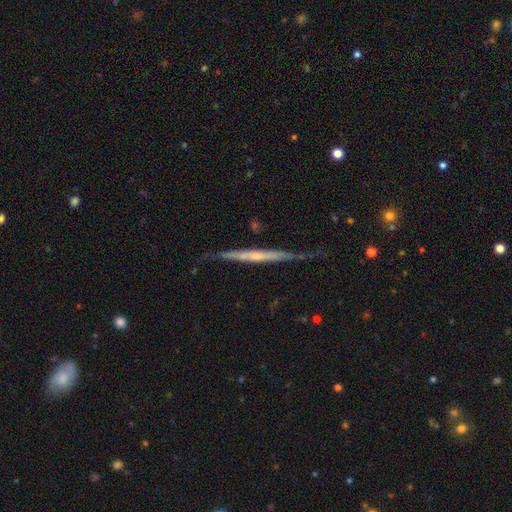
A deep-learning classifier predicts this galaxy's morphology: A featured or disk galaxy (68%) viewed edge-on (95%) with no central bulge (65%).

Vote fractions:
- Smooth or featured? featured or disk: 68% / smooth: 26% / star or artifact: 5%
- Edge-on disk? yes: 95% / no: 5%
- Edge-on bulge? none: 65% / rounded: 28% / boxy: 7%
- Merging? none: 74% / minor disturbance: 20% / major disturbance: 4% / merger: 2%